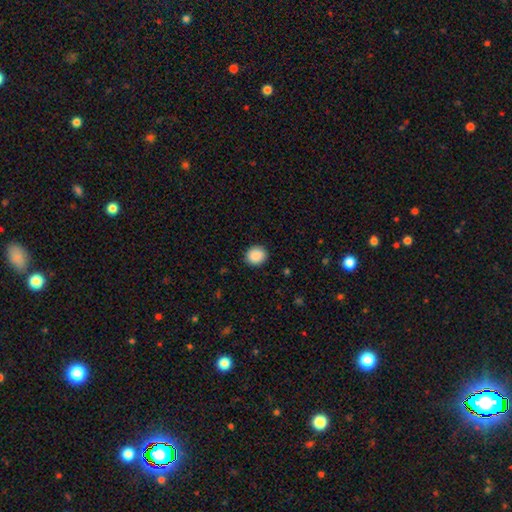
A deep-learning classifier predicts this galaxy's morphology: Q: Smooth or featured?
A: smooth (90%); runner-up: star or artifact (8%)
Q: How rounded?
A: round (79%); runner-up: in between (20%)
Q: Merging?
A: none (90%); runner-up: minor disturbance (7%)